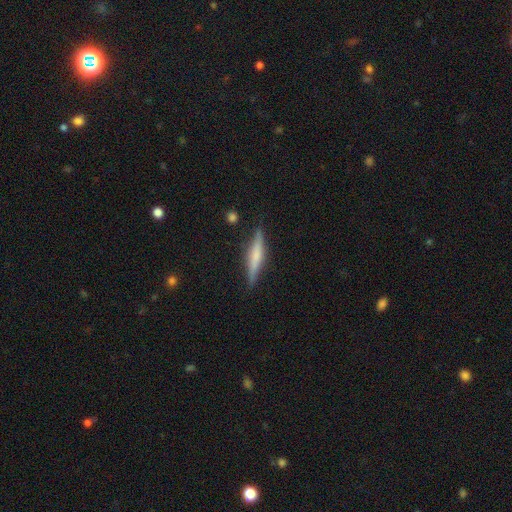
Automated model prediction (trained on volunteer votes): Smooth or featured: featured or disk — 53% (smooth — 41%)
Edge-on disk: yes — 96% (no — 4%)
Edge-on bulge: rounded — 56% (none — 26%)
Merging: none — 87% (minor disturbance — 9%)